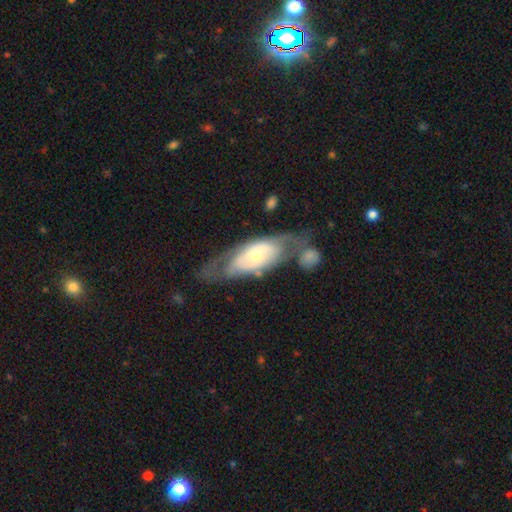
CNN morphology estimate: A featured or disk galaxy (62%) with no bar (76%), spiral arms (56%) and a moderate central bulge (51%).

Vote fractions:
- Smooth or featured? featured or disk: 62% / smooth: 33% / star or artifact: 5%
- Edge-on disk? no: 84% / yes: 16%
- Bar? no: 76% / weak: 18% / strong: 7%
- Spiral arms? yes: 56% / no: 44%
- Bulge size? moderate: 51% / small: 38% / large: 7% / dominant: 1% / none: 1%
- Merging? none: 42% / merger: 21% / minor disturbance: 20% / major disturbance: 17%